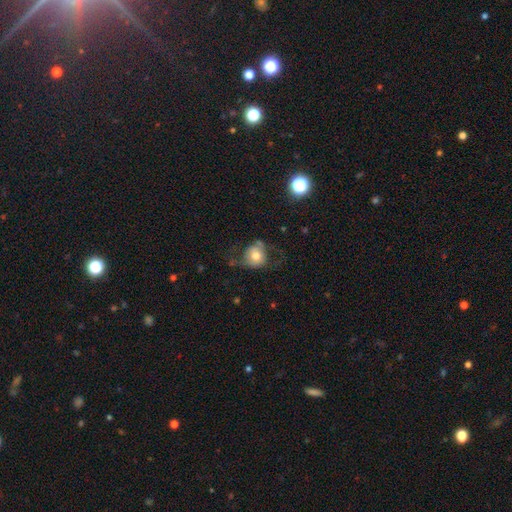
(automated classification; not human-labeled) Overall: smooth (56%; featured or disk 35%). How rounded: round (74%). Merging: none (43%; major disturbance 29%).